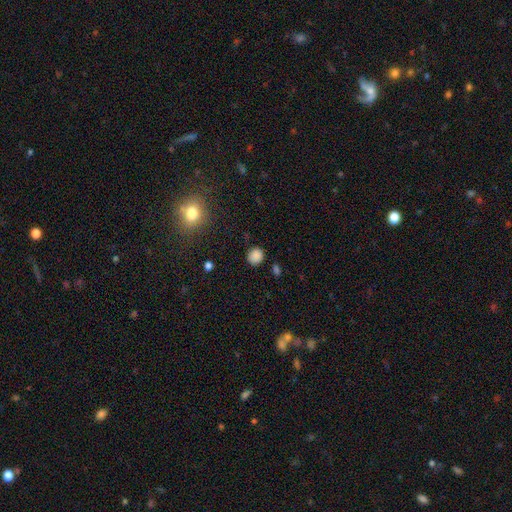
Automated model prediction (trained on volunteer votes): A smooth galaxy with no disk features (84%) that is round (84%). Merging: none (84%).